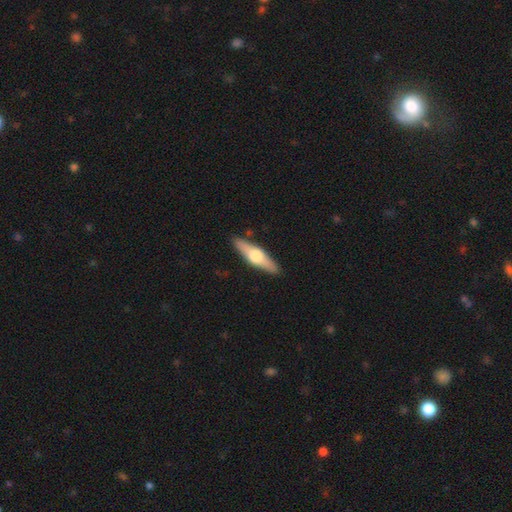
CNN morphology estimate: Q: Smooth or featured?
A: featured or disk (57%); runner-up: smooth (38%)
Q: Edge-on disk?
A: yes (93%); runner-up: no (7%)
Q: Edge-on bulge?
A: rounded (94%); runner-up: boxy (4%)
Q: Merging?
A: none (89%); runner-up: minor disturbance (8%)